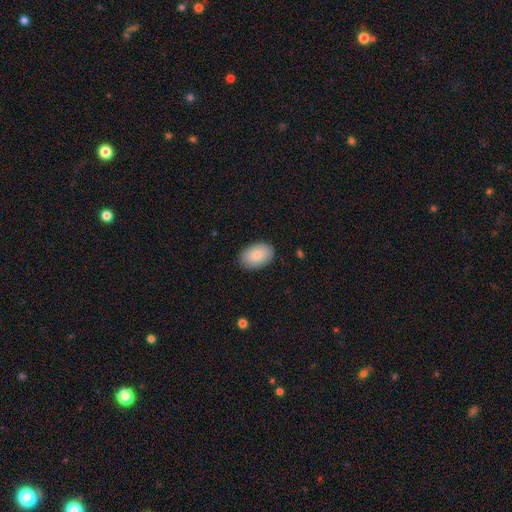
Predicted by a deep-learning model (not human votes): This appears to be a smooth galaxy with no disk features (85%) that is in between round and cigar-shaped (91%). Merging: none (88%).